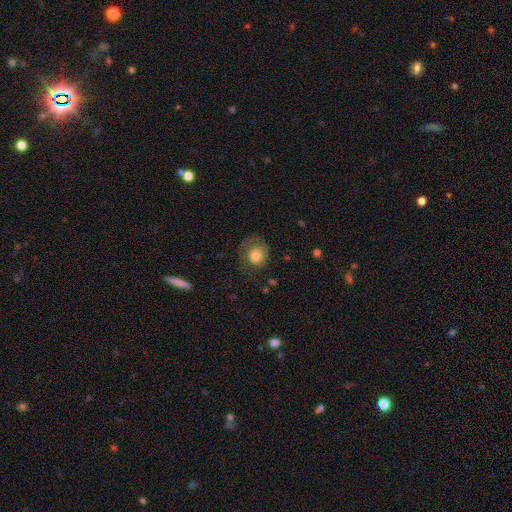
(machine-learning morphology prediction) Smooth or featured?
  - smooth: 71% *
  - featured or disk: 19%
  - star or artifact: 9%
How rounded?
  - round: 75% *
  - in between: 24%
  - cigar-shaped: 1%
Merging?
  - none: 58% *
  - minor disturbance: 21%
  - major disturbance: 19%
  - merger: 2%